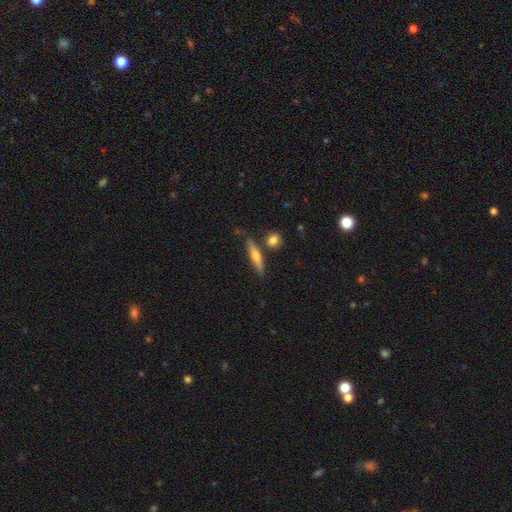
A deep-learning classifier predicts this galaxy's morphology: Smooth or featured? featured or disk (47%)
Merging? none (76%)